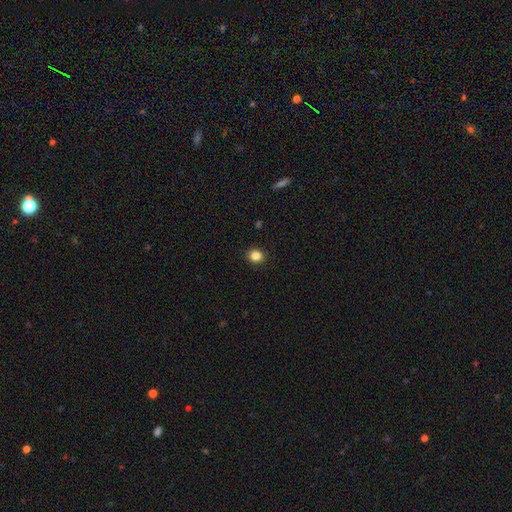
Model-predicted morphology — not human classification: A smooth galaxy with no disk features (84%) that is round (83%).

Vote fractions:
- Smooth or featured? smooth: 84% / star or artifact: 12% / featured or disk: 4%
- How rounded? round: 83% / in between: 16% / cigar-shaped: 1%
- Merging? none: 92% / minor disturbance: 5% / major disturbance: 2% / merger: 1%